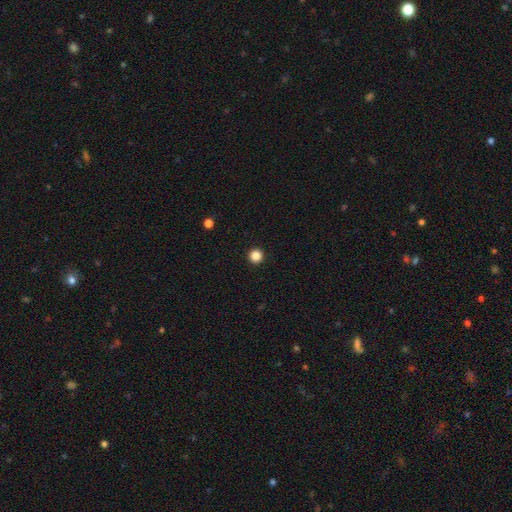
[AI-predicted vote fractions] The model was most divided on "smooth or featured": smooth: 86%, star or artifact: 11%, featured or disk: 3%. More confident: how rounded — round (96%); merging — none (94%).